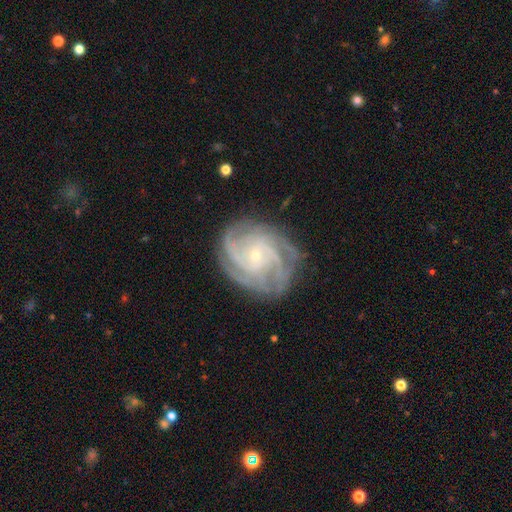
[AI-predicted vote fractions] Morphology: type=featured or disk (89%); edge-on=no (97%); bar=no (71%); spiral arms=yes (98%); winding=tight (68%); arm count=4 (29%); bulge=small (80%); merging=none (78%).